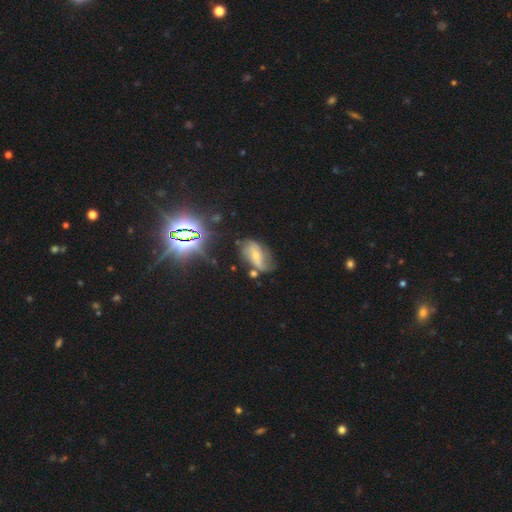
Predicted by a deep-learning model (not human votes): Smooth or featured: featured or disk — 60% (smooth — 24%)
Edge-on disk: no — 93% (yes — 7%)
Bar: no — 53% (weak — 32%)
Spiral arms: yes — 79% (no — 21%)
Bulge size: small — 61% (moderate — 34%)
Merging: none — 48% (minor disturbance — 29%)